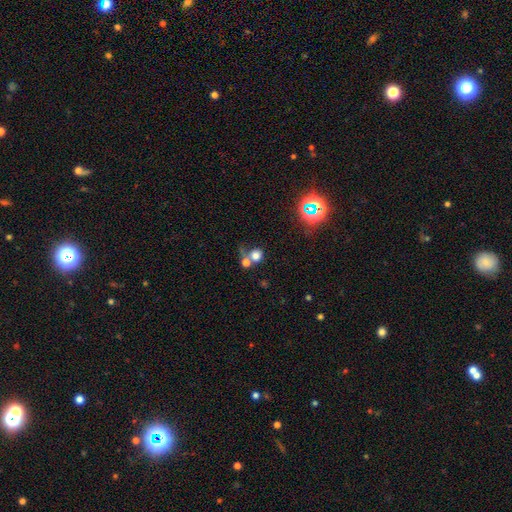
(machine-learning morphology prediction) Smooth or featured? Predicted: smooth (p=0.70). How rounded? Predicted: round (p=0.81). Merging? Predicted: merger (p=0.40).